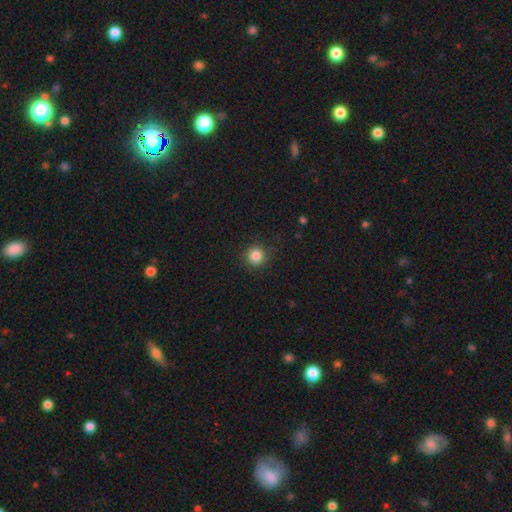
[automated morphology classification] type=smooth (84%); roundness=round (94%); merging=none (90%).